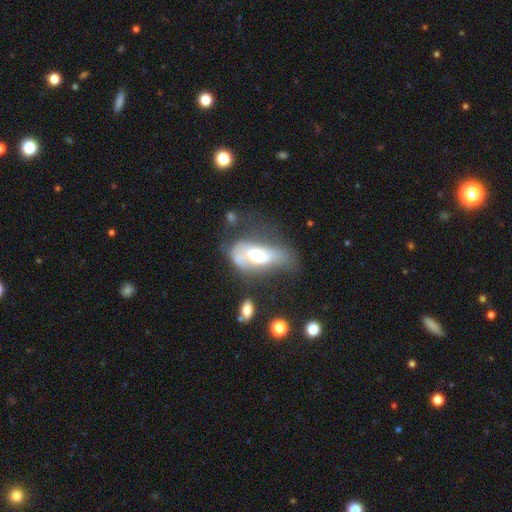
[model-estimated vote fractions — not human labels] Q: Smooth or featured?
A: featured or disk (47%); runner-up: smooth (44%)
Q: Merging?
A: major disturbance (44%); runner-up: minor disturbance (22%)